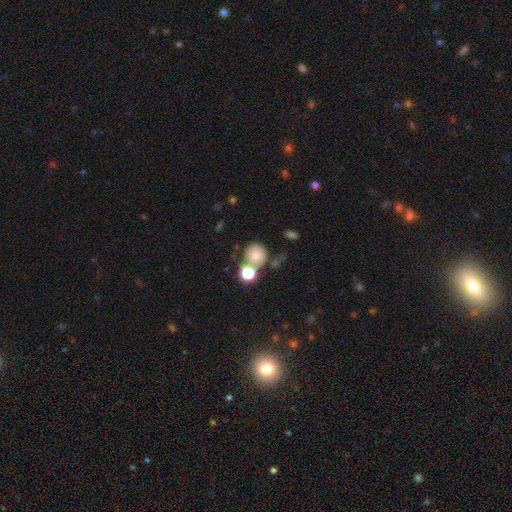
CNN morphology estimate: Smooth or featured?
  - smooth: 77% *
  - star or artifact: 12%
  - featured or disk: 11%
How rounded?
  - round: 84% *
  - in between: 15%
  - cigar-shaped: 1%
Merging?
  - none: 52% *
  - merger: 31%
  - minor disturbance: 11%
  - major disturbance: 6%